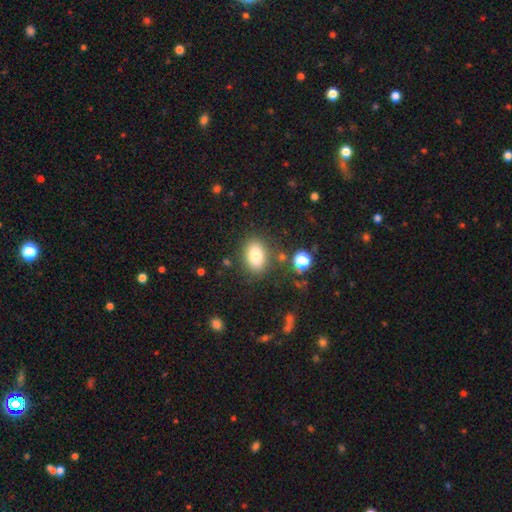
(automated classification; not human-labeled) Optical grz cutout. It shows a smooth galaxy with no disk features (80%) that is in between round and cigar-shaped (78%). Merging: none (81%).